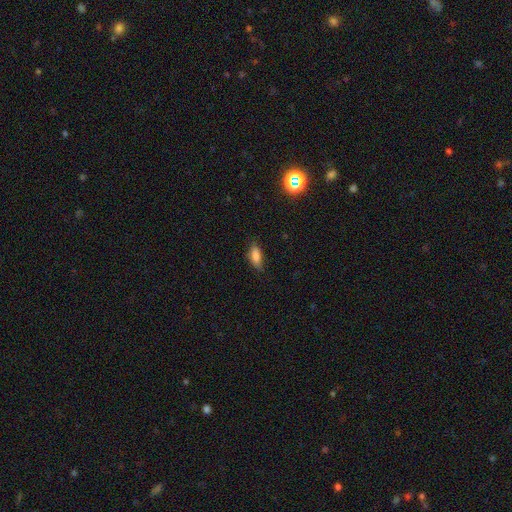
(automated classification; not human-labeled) smooth 80%, featured or disk 10%, star or artifact 9%. Down the decision tree: how rounded — in between (68%); merging — none (76%).